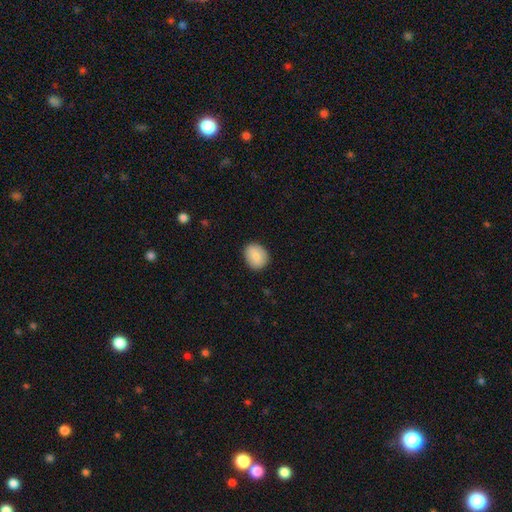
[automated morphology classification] A smooth galaxy with no disk features (85%) that is round (59%). Merging: none (87%).